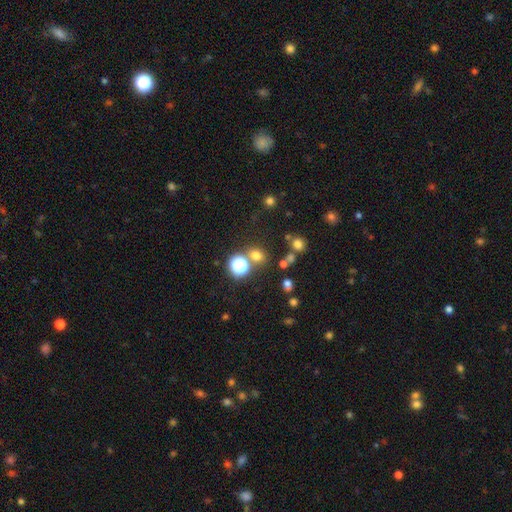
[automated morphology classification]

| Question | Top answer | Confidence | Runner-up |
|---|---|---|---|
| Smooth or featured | smooth | 66% | star or artifact (27%) |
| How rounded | round | 72% | in between (27%) |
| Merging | none | 72% | merger (15%) |